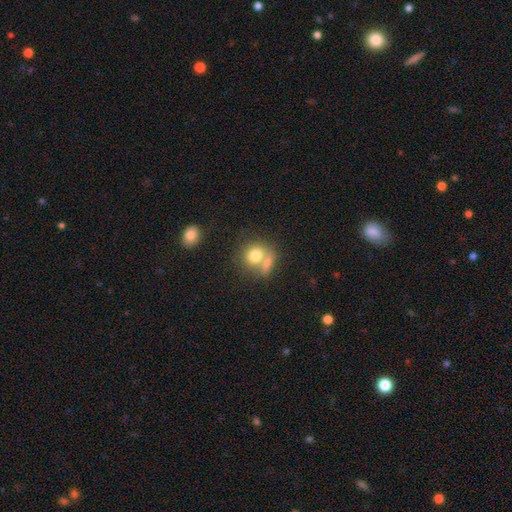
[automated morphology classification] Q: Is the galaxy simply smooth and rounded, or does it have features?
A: smooth — 75%.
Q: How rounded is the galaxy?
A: round — 74%.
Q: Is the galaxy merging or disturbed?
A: merger — 45%.